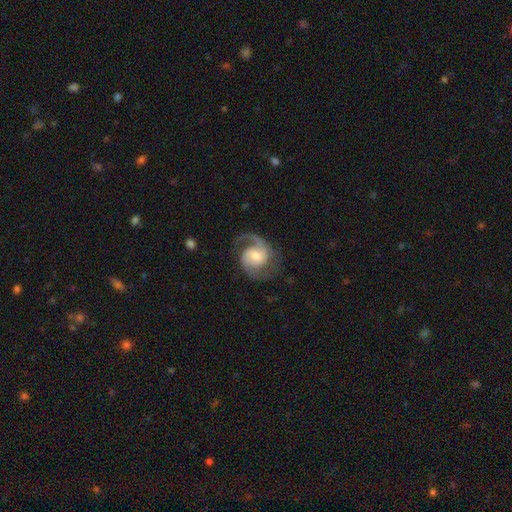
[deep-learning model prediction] Smooth or featured: featured or disk — 87% (smooth — 8%)
Edge-on disk: no — 98% (yes — 2%)
Bar: weak — 45% (no — 44%)
Spiral arms: yes — 97% (no — 3%)
Spiral winding: medium — 56% (loose — 24%)
Spiral arm count: 2 — 82% (1 — 12%)
Bulge size: moderate — 50% (small — 35%)
Merging: none — 72% (minor disturbance — 16%)